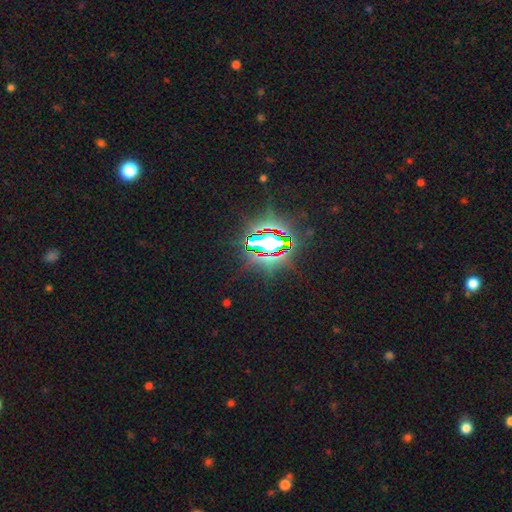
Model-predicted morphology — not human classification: Smooth or featured: star or artifact — 80% (smooth — 11%)